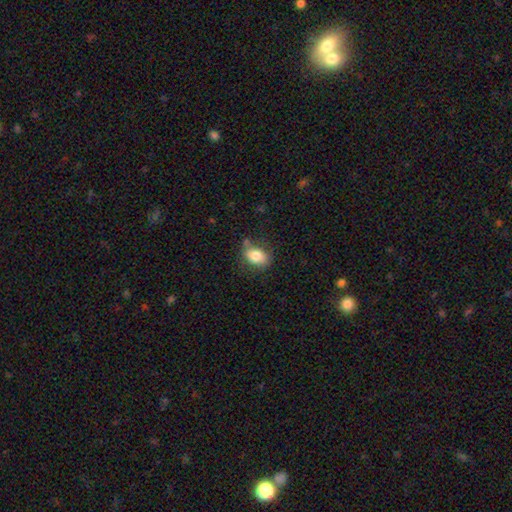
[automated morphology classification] type=smooth (81%); roundness=in between (82%); merging=none (64%).